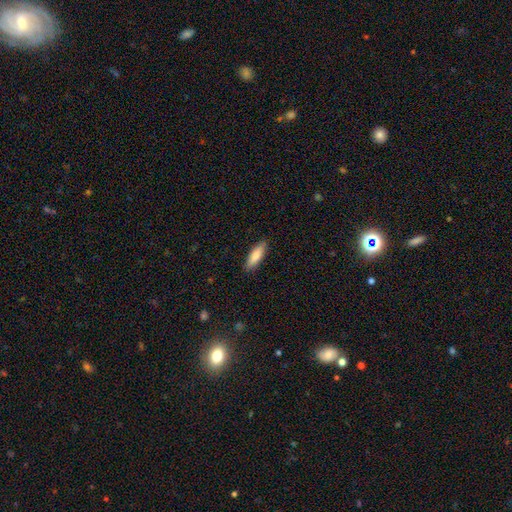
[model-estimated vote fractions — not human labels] smooth 82%, featured or disk 12%, star or artifact 5%. Down the decision tree: how rounded — cigar-shaped (54%); merging — none (89%).